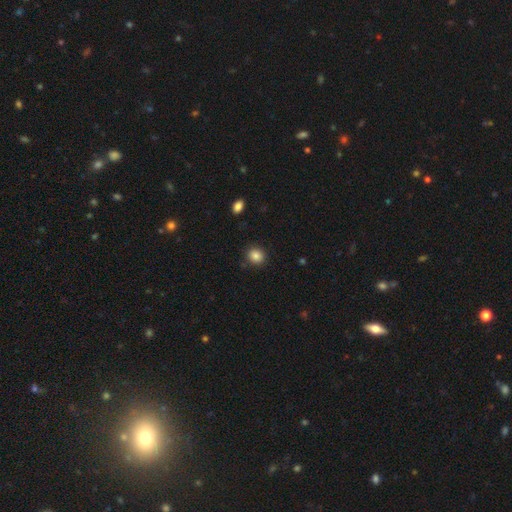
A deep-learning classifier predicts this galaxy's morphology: The model was most divided on "how rounded": round: 76%, in between: 23%, cigar-shaped: 1%. More confident: merging — none (87%); smooth or featured — smooth (86%).